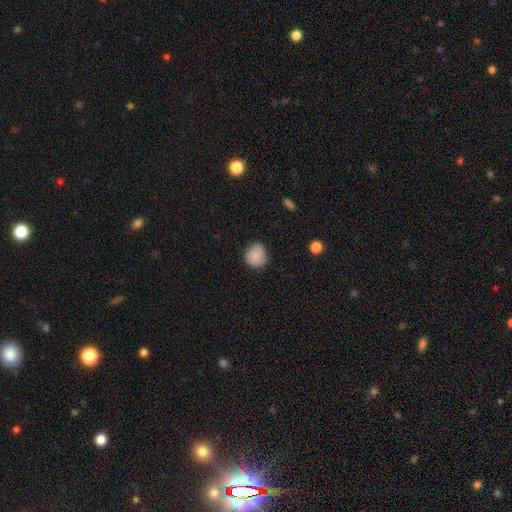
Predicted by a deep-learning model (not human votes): Smooth or featured? smooth (82%)
How rounded? round (84%)
Merging? none (76%)